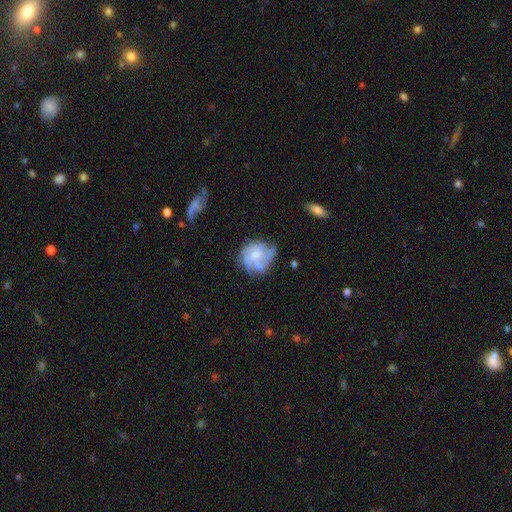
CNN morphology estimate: smooth_or_featured: featured or disk (p=0.69) [alt: smooth p=0.23]
disk_edge_on: no (p=0.98) [alt: yes p=0.02]
bar: no (p=0.74) [alt: weak p=0.23]
has_spiral_arms: yes (p=0.78) [alt: no p=0.22]
spiral_winding: tight (p=0.46) [alt: medium p=0.39]
spiral_arm_count: 3 (p=0.34) [alt: can't tell p=0.29]
bulge_size: moderate (p=0.61) [alt: small p=0.28]
merging: none (p=0.52) [alt: minor disturbance p=0.26]